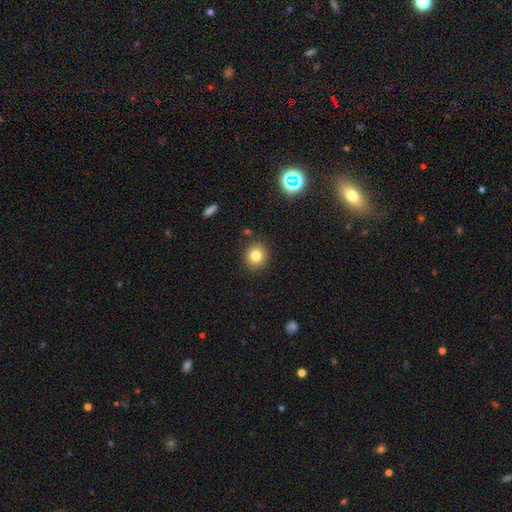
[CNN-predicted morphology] This appears to be a smooth galaxy with no disk features (80%) that is round (82%). Merging: none (88%).